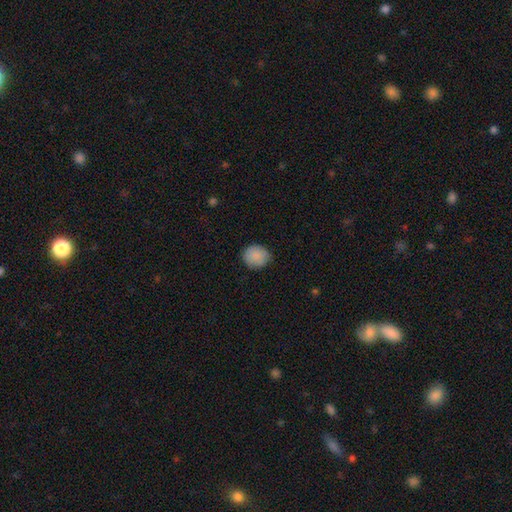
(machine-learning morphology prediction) smooth-or-featured: smooth: 88% | star or artifact: 8% | featured or disk: 4%
  how-rounded: round: 75% | in between: 24% | cigar-shaped: 1%
  merging: none: 82% | minor disturbance: 14% | major disturbance: 3% | merger: 1%